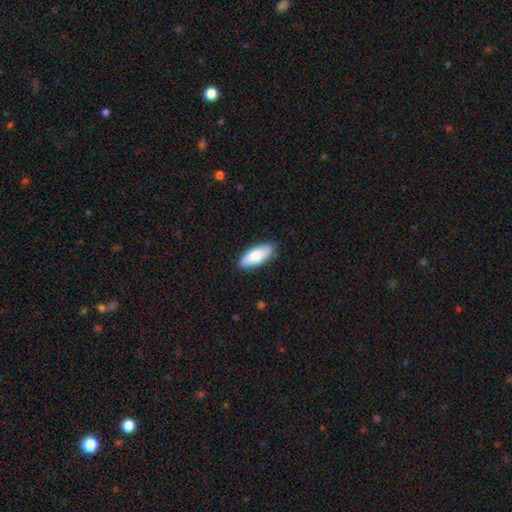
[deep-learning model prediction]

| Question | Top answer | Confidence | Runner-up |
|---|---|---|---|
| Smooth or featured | smooth | 84% | featured or disk (11%) |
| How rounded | in between | 80% | cigar-shaped (18%) |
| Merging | none | 87% | minor disturbance (10%) |